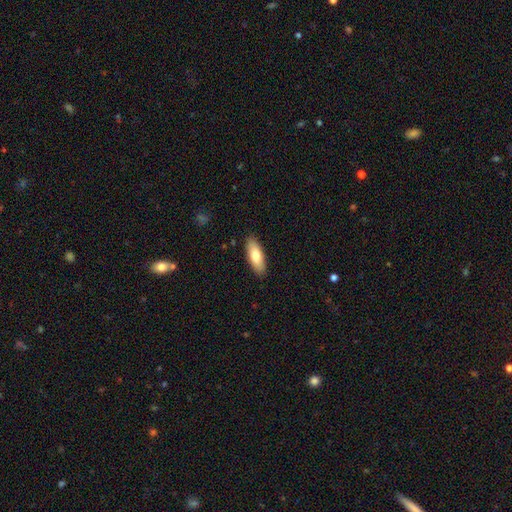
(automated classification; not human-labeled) smooth 77%, featured or disk 18%, star or artifact 6%. Down the decision tree: how rounded — in between (73%); merging — none (89%).